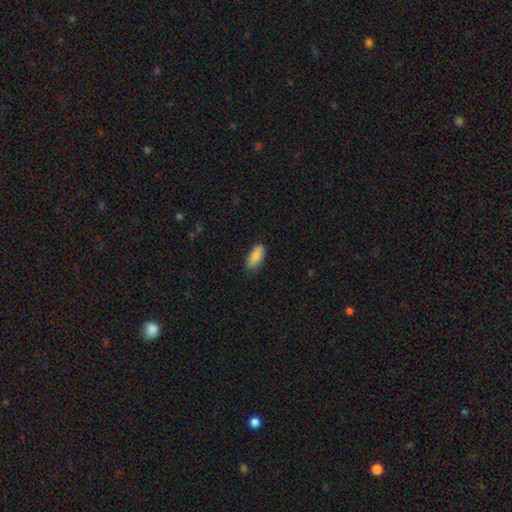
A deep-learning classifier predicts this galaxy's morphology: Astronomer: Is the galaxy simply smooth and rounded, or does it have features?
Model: smooth — 88%.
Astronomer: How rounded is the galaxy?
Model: in between — 82%.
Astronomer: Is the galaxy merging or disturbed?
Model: none — 84%.